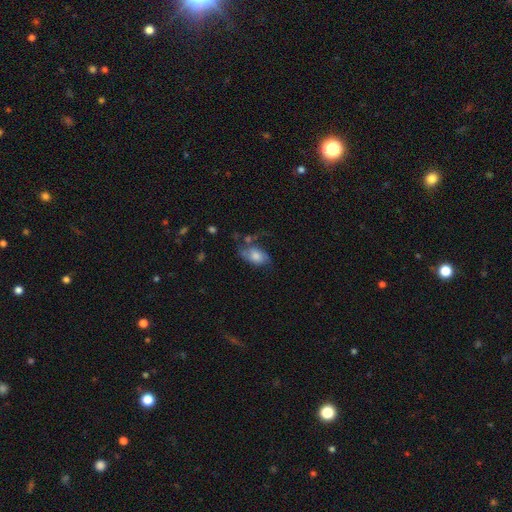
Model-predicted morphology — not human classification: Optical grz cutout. It shows a smooth galaxy with no disk features (66%) that is in between round and cigar-shaped (90%). Merging: none (43%).